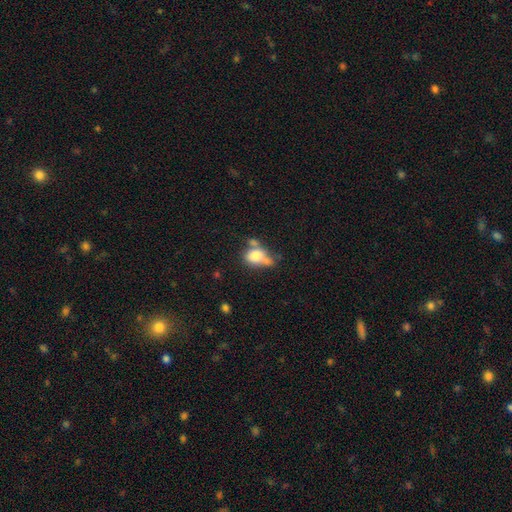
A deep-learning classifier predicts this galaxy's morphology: A smooth galaxy with no disk features (71%) that is in between round and cigar-shaped (66%).

Vote fractions:
- Smooth or featured? smooth: 71% / featured or disk: 19% / star or artifact: 10%
- How rounded? in between: 66% / round: 31% / cigar-shaped: 3%
- Merging? merger: 38% / none: 26% / minor disturbance: 21% / major disturbance: 15%